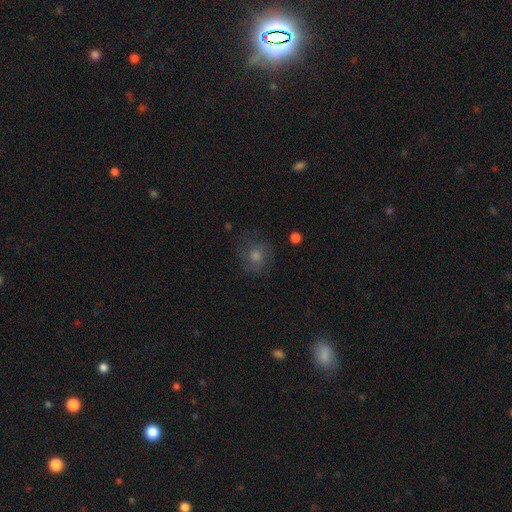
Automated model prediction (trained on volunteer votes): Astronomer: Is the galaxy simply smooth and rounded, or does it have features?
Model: smooth — 49% (runner-up: featured or disk, 29%).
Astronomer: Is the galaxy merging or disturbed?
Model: none — 74%.